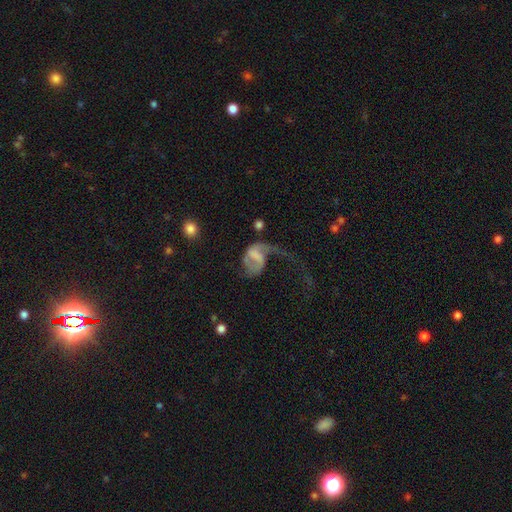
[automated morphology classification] smooth_or_featured: featured or disk (p=0.62) [alt: smooth p=0.29]
disk_edge_on: no (p=0.97) [alt: yes p=0.03]
bar: weak (p=0.40) [alt: no p=0.36]
has_spiral_arms: yes (p=0.73) [alt: no p=0.27]
bulge_size: none (p=0.56) [alt: small p=0.17]
merging: major disturbance (p=0.65) [alt: none p=0.16]